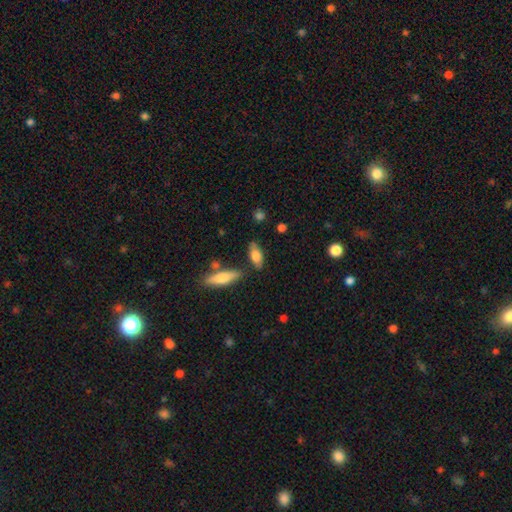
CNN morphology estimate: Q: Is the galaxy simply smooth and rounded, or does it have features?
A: smooth — 72%.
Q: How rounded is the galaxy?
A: in between — 74%.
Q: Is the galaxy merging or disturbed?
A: none — 73%.